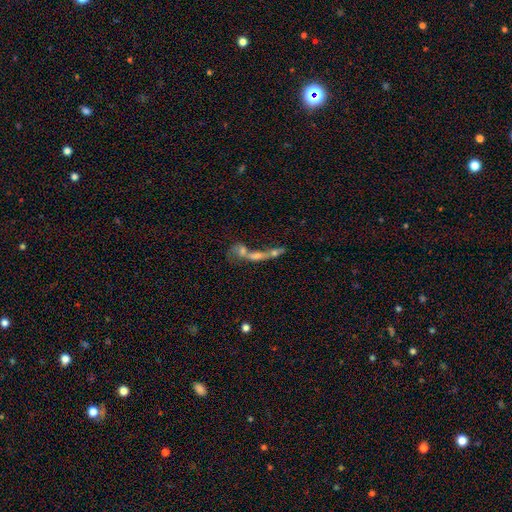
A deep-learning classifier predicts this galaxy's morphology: Overall: featured or disk (48%; smooth 34%). Merging: merger (67%).